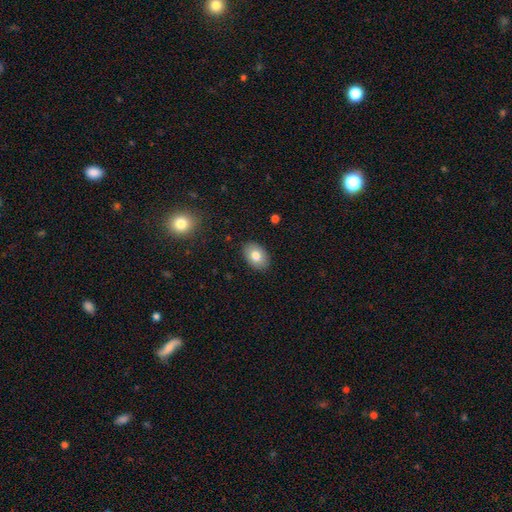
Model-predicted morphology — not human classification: Smooth or featured? Predicted: smooth (p=0.79). How rounded? Predicted: in between (p=0.85). Merging? Predicted: none (p=0.88).